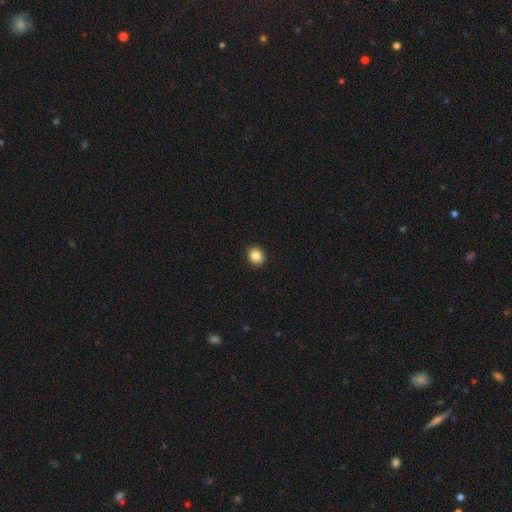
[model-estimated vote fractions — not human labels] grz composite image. It shows a smooth galaxy with no disk features (85%) that is round (79%). Merging: none (92%).